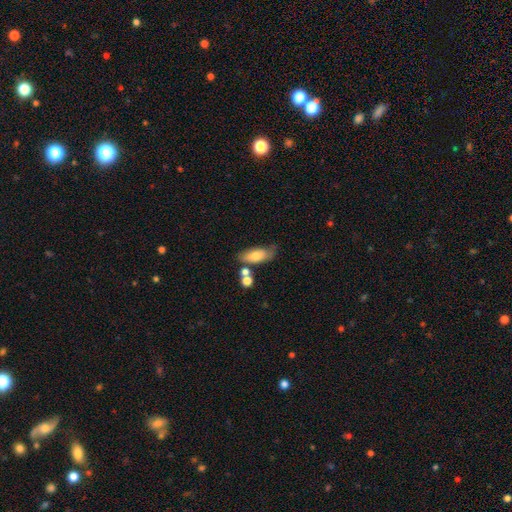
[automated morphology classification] This appears to be a smooth galaxy with no disk features (71%) that is in between round and cigar-shaped (76%). Merging: none (50%).